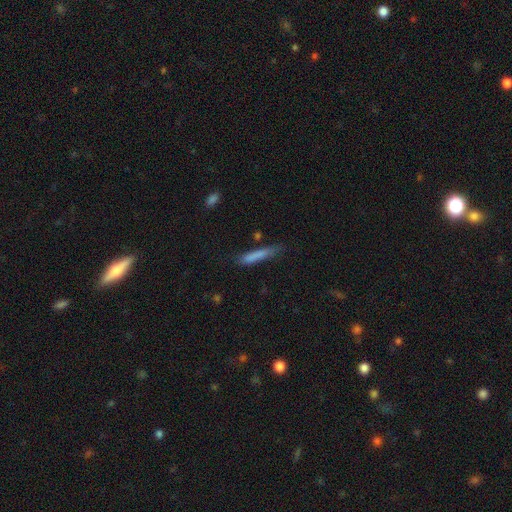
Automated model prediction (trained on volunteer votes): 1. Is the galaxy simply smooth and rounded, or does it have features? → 79% smooth, 14% featured or disk, 7% star or artifact.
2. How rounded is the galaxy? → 92% cigar-shaped, 7% in between, 2% round.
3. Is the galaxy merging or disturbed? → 69% none, 22% minor disturbance, 6% major disturbance, 3% merger.